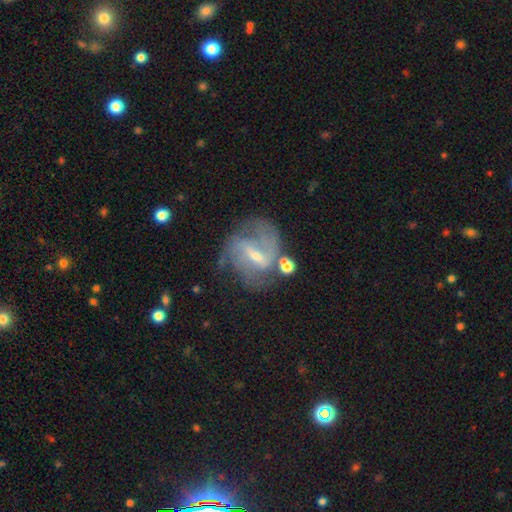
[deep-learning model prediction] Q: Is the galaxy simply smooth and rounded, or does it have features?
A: featured or disk — 79%.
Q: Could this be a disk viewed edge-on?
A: no — 97%.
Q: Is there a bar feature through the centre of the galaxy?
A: weak — 51%.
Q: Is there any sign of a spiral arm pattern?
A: yes — 88%.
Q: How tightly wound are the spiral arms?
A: medium — 45%.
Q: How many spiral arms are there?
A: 2 — 43%.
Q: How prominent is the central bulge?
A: small — 58%.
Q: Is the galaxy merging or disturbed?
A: none — 53%.